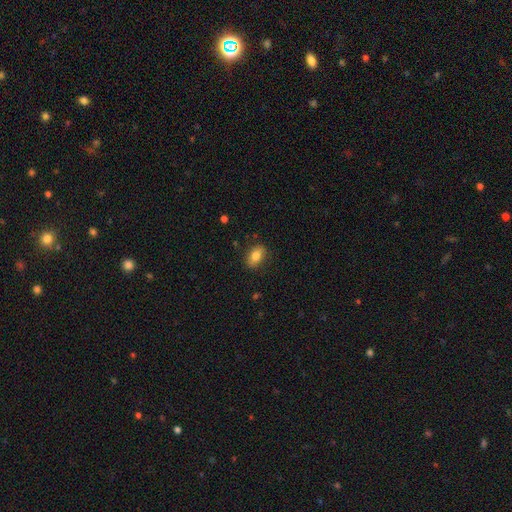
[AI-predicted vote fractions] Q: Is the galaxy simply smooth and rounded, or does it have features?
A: smooth — 81%.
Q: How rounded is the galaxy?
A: in between — 86%.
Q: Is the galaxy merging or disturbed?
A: none — 85%.